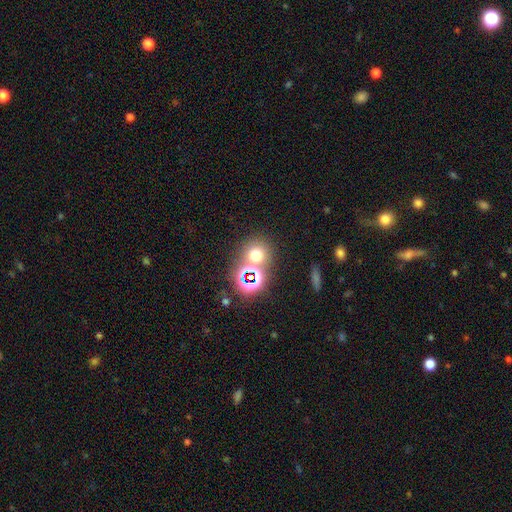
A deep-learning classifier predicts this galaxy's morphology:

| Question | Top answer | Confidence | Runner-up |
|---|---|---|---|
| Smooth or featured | smooth | 60% | star or artifact (31%) |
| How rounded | round | 86% | in between (13%) |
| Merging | none | 63% | merger (26%) |